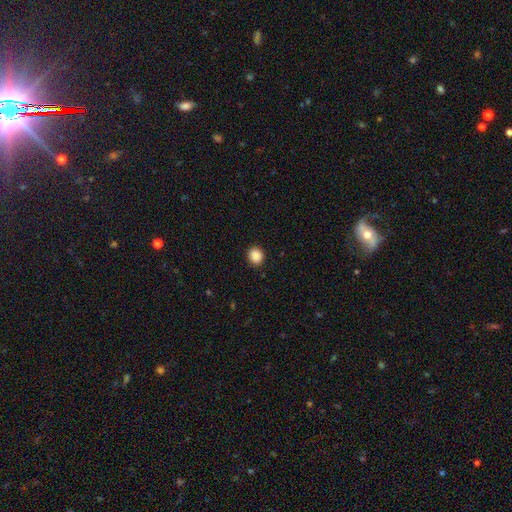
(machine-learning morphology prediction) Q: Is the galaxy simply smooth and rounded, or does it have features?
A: smooth — 89%.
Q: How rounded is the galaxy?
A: round — 79%.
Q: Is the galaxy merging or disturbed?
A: none — 91%.